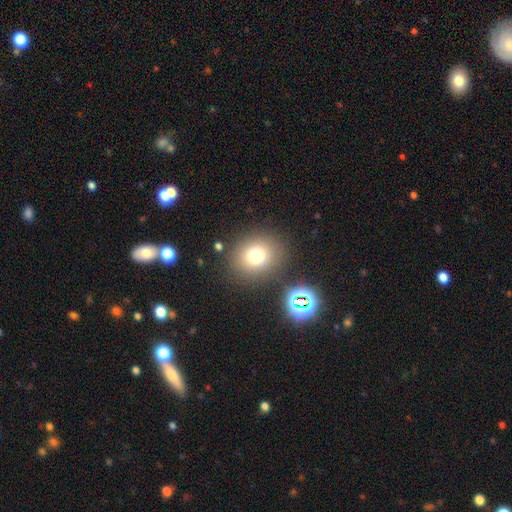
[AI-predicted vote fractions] Smooth or featured? Predicted: smooth (p=0.75). How rounded? Predicted: round (p=0.76). Merging? Predicted: none (p=0.81).